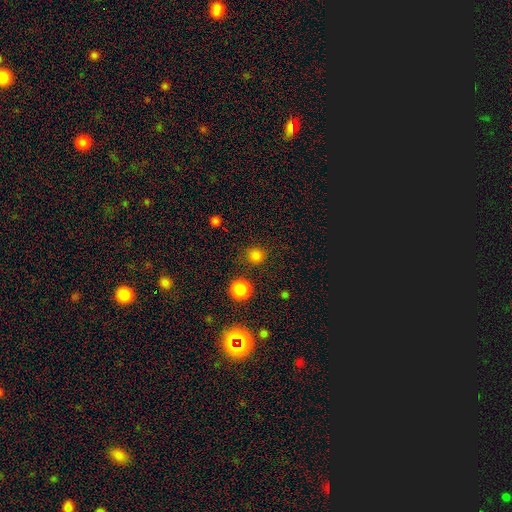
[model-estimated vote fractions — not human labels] Smooth or featured: smooth — 81% (star or artifact — 15%)
How rounded: round — 91% (in between — 8%)
Merging: none — 85% (minor disturbance — 8%)